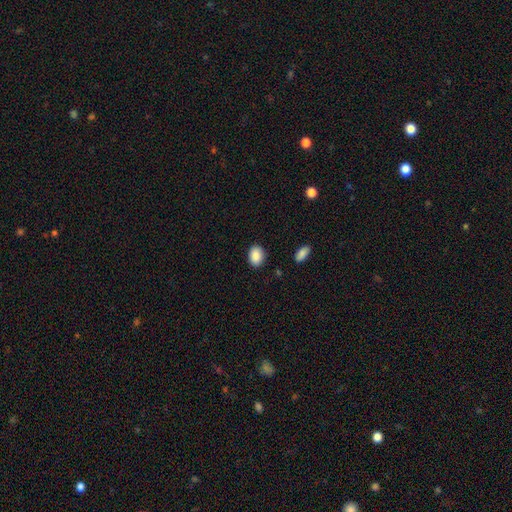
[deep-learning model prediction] Overall: smooth (89%). How rounded: in between (71%). Merging: none (88%).